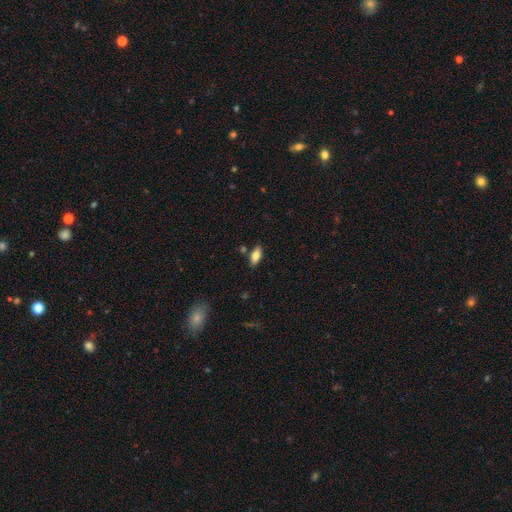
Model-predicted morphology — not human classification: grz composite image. It shows a smooth galaxy with no disk features (75%) that is in between round and cigar-shaped (82%). Merging: none (82%).